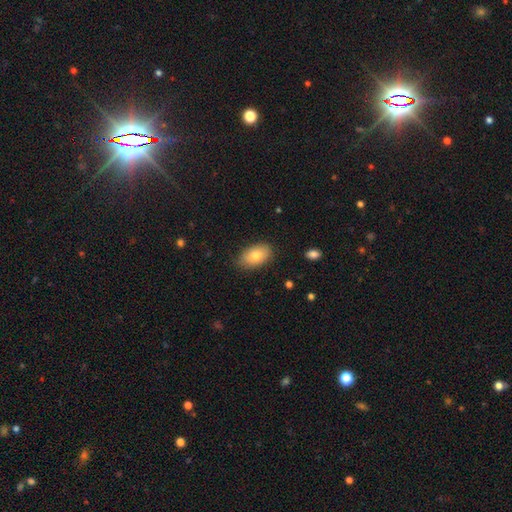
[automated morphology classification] Q: Smooth or featured?
A: smooth (79%); runner-up: featured or disk (14%)
Q: How rounded?
A: in between (91%); runner-up: round (8%)
Q: Merging?
A: none (83%); runner-up: minor disturbance (14%)